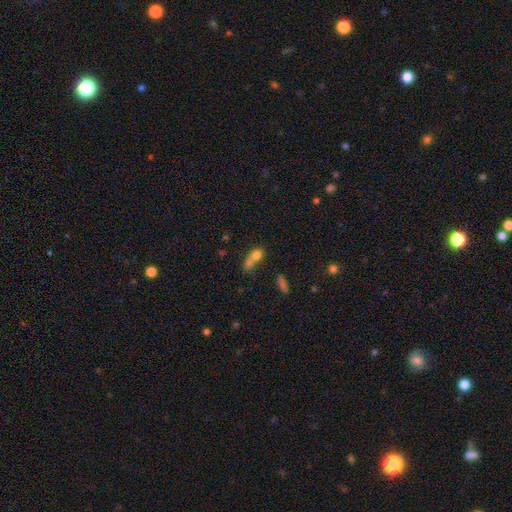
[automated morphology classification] smooth 72%, featured or disk 16%, star or artifact 12%. Down the decision tree: how rounded — in between (50%); merging — merger (51%).